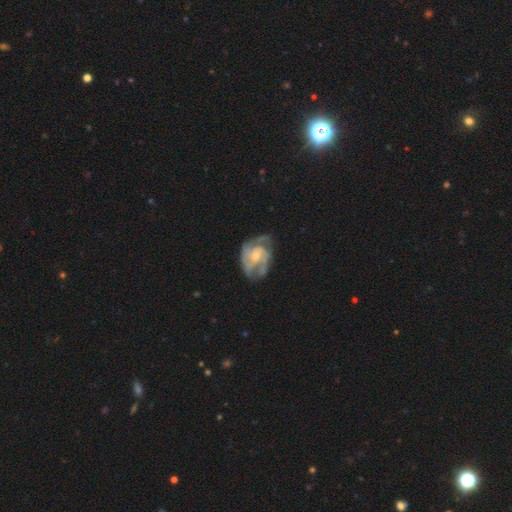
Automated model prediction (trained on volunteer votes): The model was most divided on "spiral winding": medium: 47%, tight: 40%, loose: 13%. Remaining: edge-on disk — no (98%); spiral arms — yes (95%); smooth or featured — featured or disk (86%); bar — no (62%); merging — none (59%); bulge size — small (58%); spiral arm count — 3 (42%).